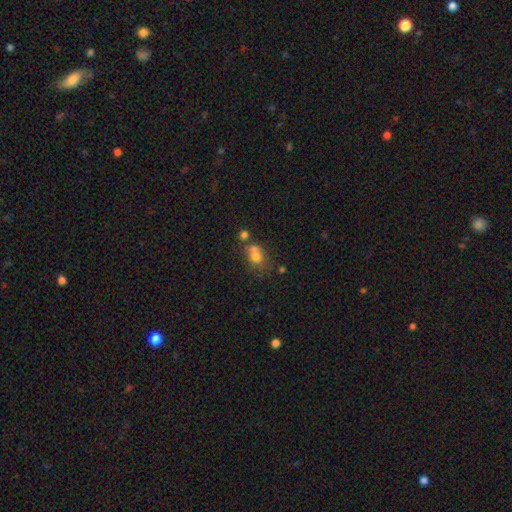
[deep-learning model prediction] Smooth or featured?
  - smooth: 71% *
  - featured or disk: 16%
  - star or artifact: 13%
How rounded?
  - round: 58% *
  - in between: 41%
  - cigar-shaped: 1%
Merging?
  - merger: 47% *
  - none: 34%
  - minor disturbance: 13%
  - major disturbance: 7%